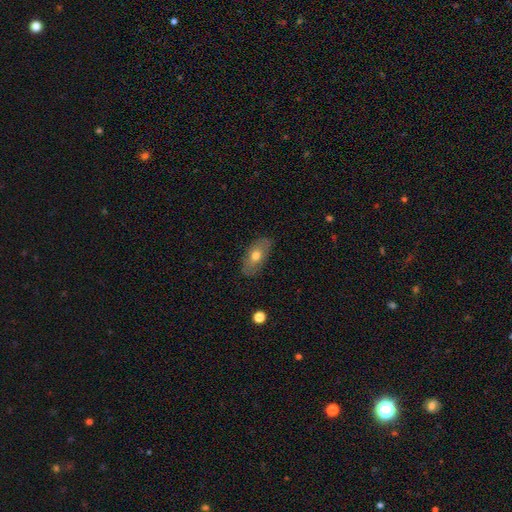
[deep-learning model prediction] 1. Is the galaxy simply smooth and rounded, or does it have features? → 64% smooth, 29% featured or disk, 7% star or artifact.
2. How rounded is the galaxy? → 88% in between, 6% cigar-shaped, 5% round.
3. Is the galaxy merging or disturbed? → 83% none, 13% minor disturbance, 3% major disturbance, 1% merger.